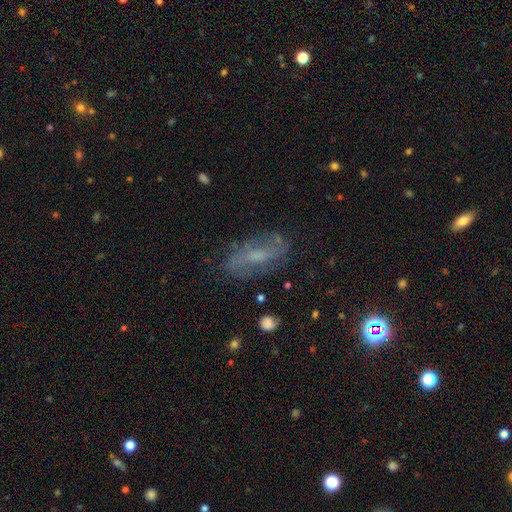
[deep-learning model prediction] Smooth or featured: featured or disk — 62% (smooth — 26%)
Edge-on disk: no — 89% (yes — 11%)
Bar: weak — 47% (no — 36%)
Spiral arms: yes — 81% (no — 19%)
Bulge size: small — 42% (moderate — 37%)
Merging: none — 75% (minor disturbance — 16%)